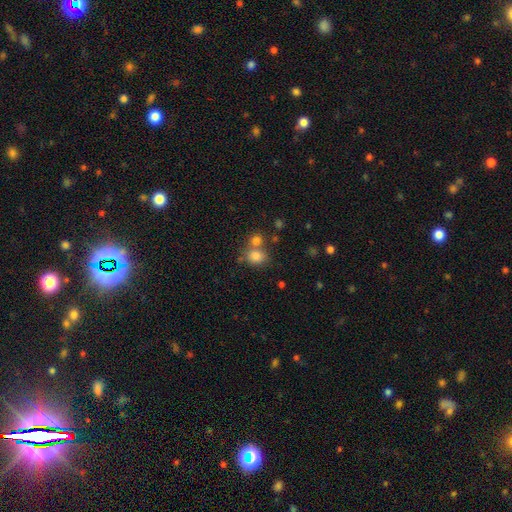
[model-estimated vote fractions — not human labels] Smooth or featured: smooth — 79% (star or artifact — 12%)
How rounded: round — 65% (in between — 34%)
Merging: none — 52% (merger — 34%)